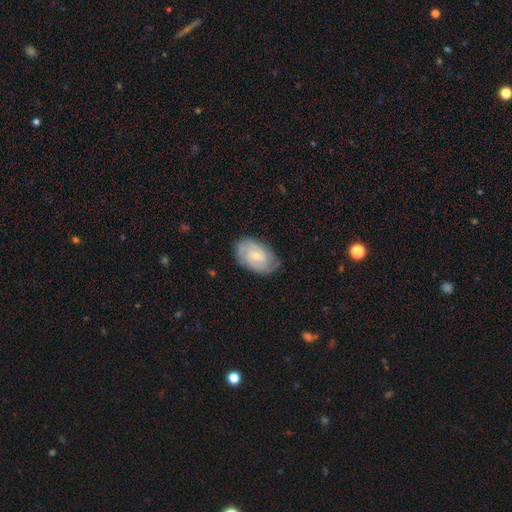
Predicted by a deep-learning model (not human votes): The model was most divided on "bar": no: 57%, weak: 38%, strong: 5%. Remaining: edge-on disk — no (96%); spiral arms — yes (92%); merging — none (78%); smooth or featured — featured or disk (72%); bulge size — small (63%); spiral winding — tight (59%); spiral arm count — 2 (47%).